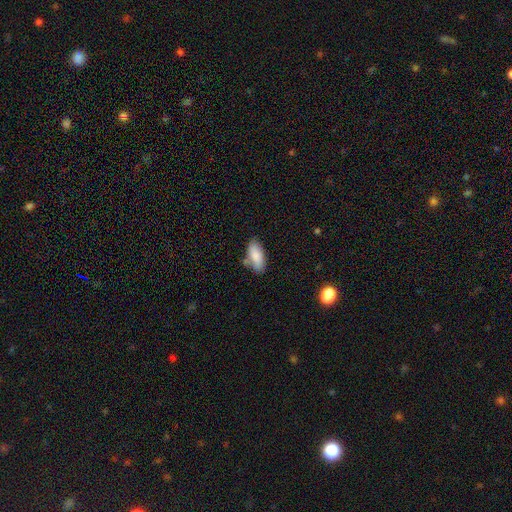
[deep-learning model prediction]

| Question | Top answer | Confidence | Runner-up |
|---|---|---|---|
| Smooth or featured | smooth | 84% | featured or disk (9%) |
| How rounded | in between | 87% | cigar-shaped (11%) |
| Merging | none | 67% | minor disturbance (21%) |